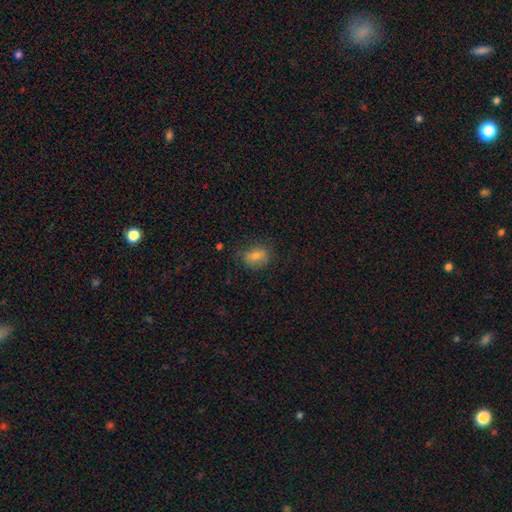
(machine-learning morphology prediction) smooth_or_featured: smooth (p=0.71) [alt: featured or disk p=0.16]
how_rounded: in between (p=0.55) [alt: round p=0.43]
merging: none (p=0.71) [alt: minor disturbance p=0.21]